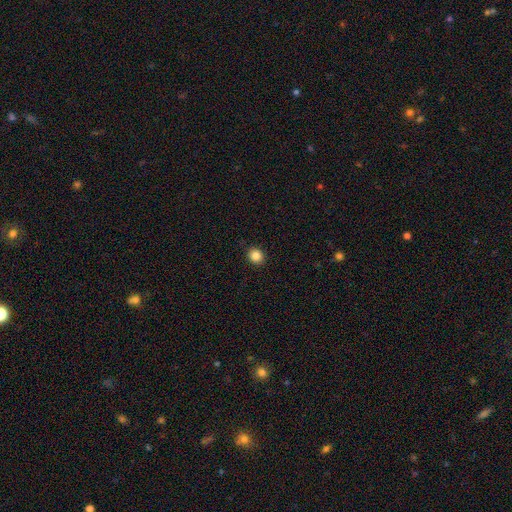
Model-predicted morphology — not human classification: Smooth or featured: smooth — 86% (star or artifact — 11%)
How rounded: round — 79% (in between — 20%)
Merging: none — 91% (minor disturbance — 6%)